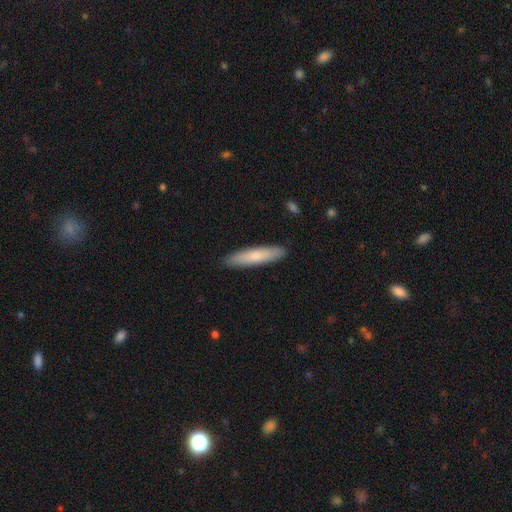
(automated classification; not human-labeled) Smooth or featured?
  - smooth: 74% *
  - featured or disk: 21%
  - star or artifact: 6%
How rounded?
  - cigar-shaped: 87% *
  - in between: 11%
  - round: 1%
Merging?
  - none: 90% *
  - minor disturbance: 7%
  - major disturbance: 1%
  - merger: 1%